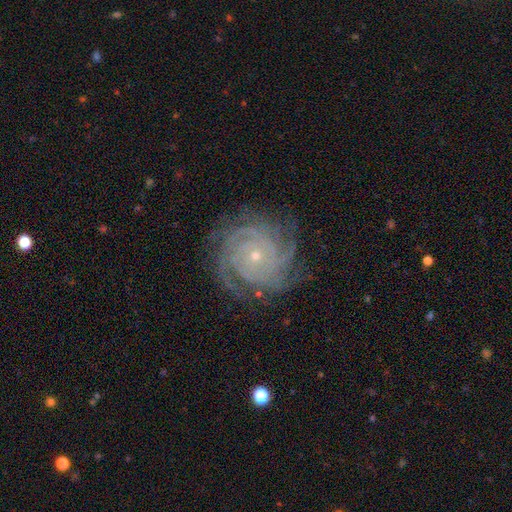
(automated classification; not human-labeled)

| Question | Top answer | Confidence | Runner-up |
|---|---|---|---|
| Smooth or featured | featured or disk | 89% | star or artifact (7%) |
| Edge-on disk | no | 97% | yes (3%) |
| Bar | no | 80% | weak (15%) |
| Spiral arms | yes | 98% | no (2%) |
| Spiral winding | tight | 80% | medium (17%) |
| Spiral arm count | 4 | 32% | more than 4 (20%) |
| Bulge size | small | 78% | moderate (19%) |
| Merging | none | 80% | minor disturbance (14%) |